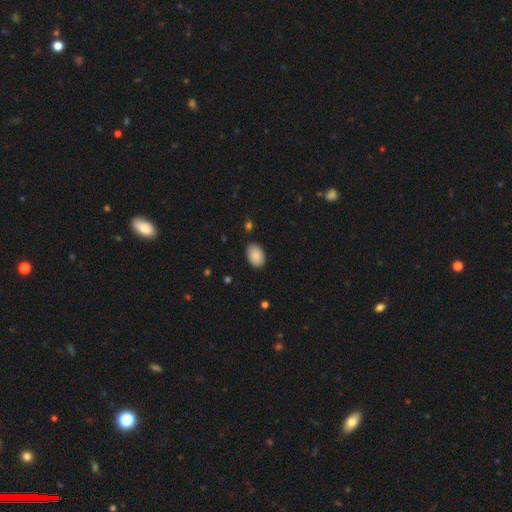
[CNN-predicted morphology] smooth 90%, star or artifact 7%, featured or disk 4%. Down the decision tree: how rounded — in between (91%); merging — none (87%).